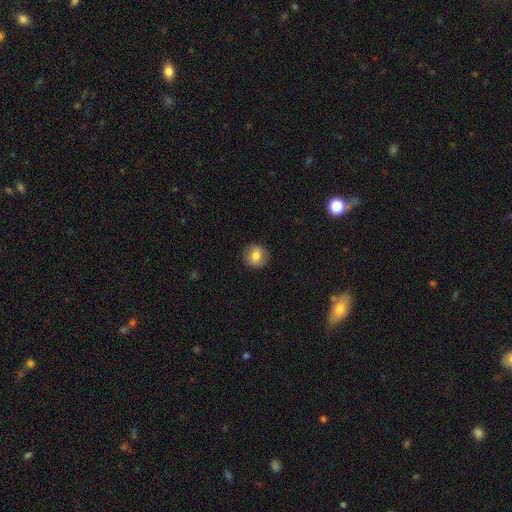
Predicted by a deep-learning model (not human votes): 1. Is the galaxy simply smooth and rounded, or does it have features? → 77% smooth, 14% featured or disk, 8% star or artifact.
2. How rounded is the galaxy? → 85% round, 14% in between, 1% cigar-shaped.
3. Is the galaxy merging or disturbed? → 88% none, 9% minor disturbance, 2% major disturbance, 1% merger.